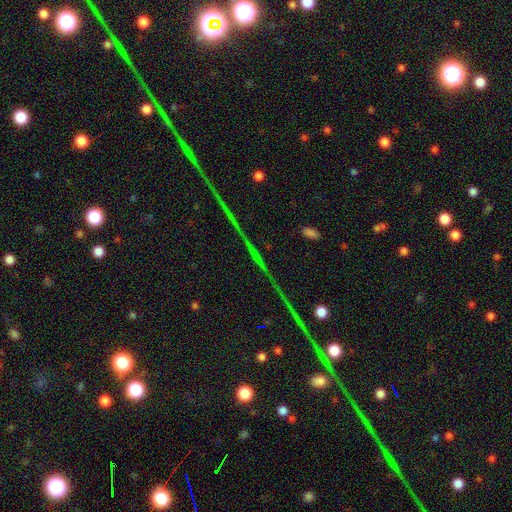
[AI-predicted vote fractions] Smooth or featured? Predicted: star or artifact (p=0.75).